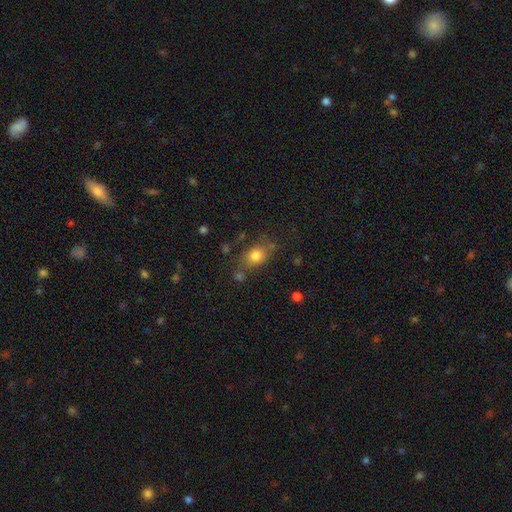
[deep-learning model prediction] Smooth or featured: smooth — 79% (star or artifact — 12%)
How rounded: in between — 54% (round — 44%)
Merging: none — 68% (minor disturbance — 18%)